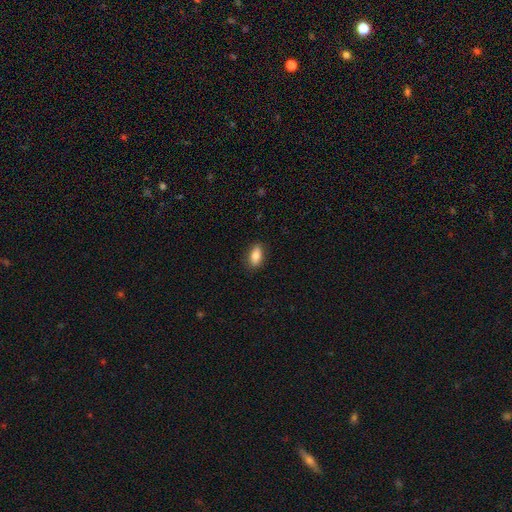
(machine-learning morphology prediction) Smooth or featured?
  - smooth: 84% *
  - featured or disk: 9%
  - star or artifact: 7%
How rounded?
  - in between: 83% *
  - cigar-shaped: 12%
  - round: 4%
Merging?
  - none: 87% *
  - minor disturbance: 10%
  - major disturbance: 2%
  - merger: 1%